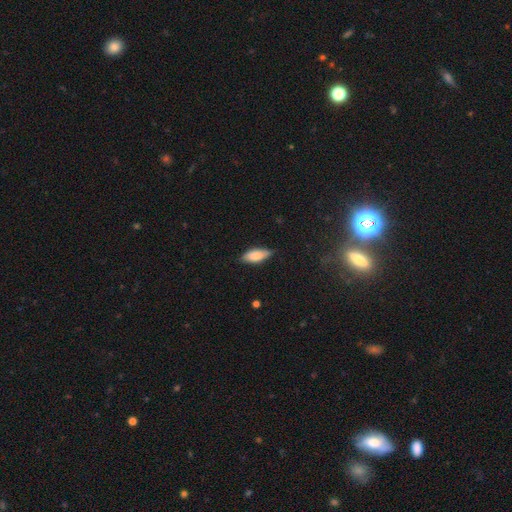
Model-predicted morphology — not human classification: This appears to be a smooth galaxy with no disk features (79%) that is in between round and cigar-shaped (78%). Merging: none (77%).